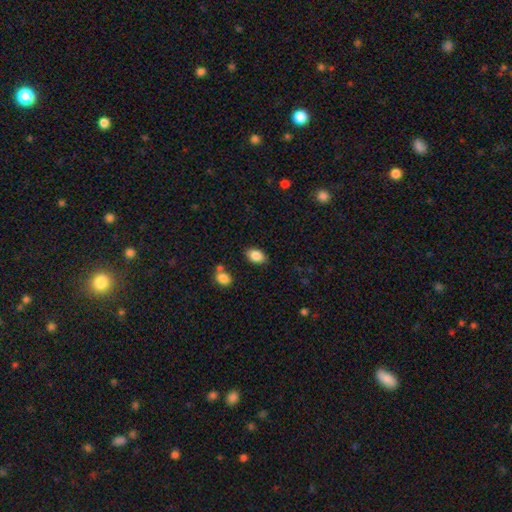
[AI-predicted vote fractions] smooth-or-featured: smooth: 86% | star or artifact: 8% | featured or disk: 6%
  how-rounded: in between: 87% | round: 12% | cigar-shaped: 1%
  merging: none: 83% | minor disturbance: 11% | merger: 3% | major disturbance: 3%